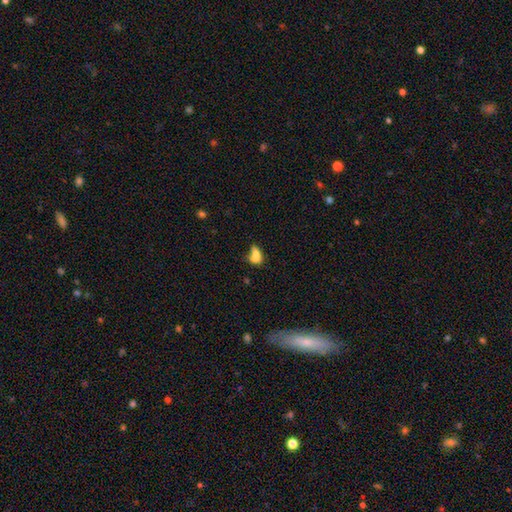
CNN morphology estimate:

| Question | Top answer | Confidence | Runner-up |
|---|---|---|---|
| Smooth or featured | smooth | 72% | featured or disk (17%) |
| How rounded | in between | 76% | round (16%) |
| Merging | merger | 36% | none (28%) |